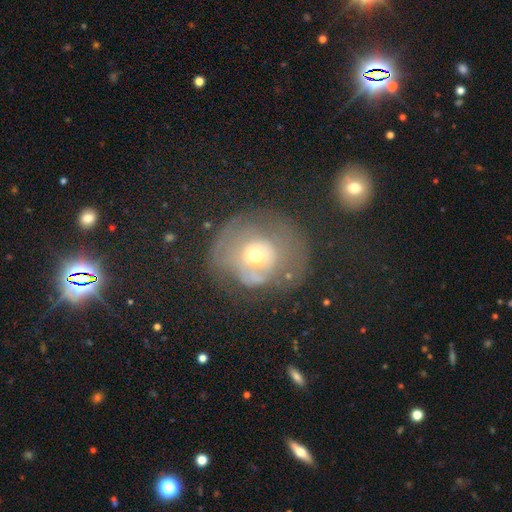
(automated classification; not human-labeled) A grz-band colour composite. It shows a featured or disk galaxy (48%). Merging: none (38%).